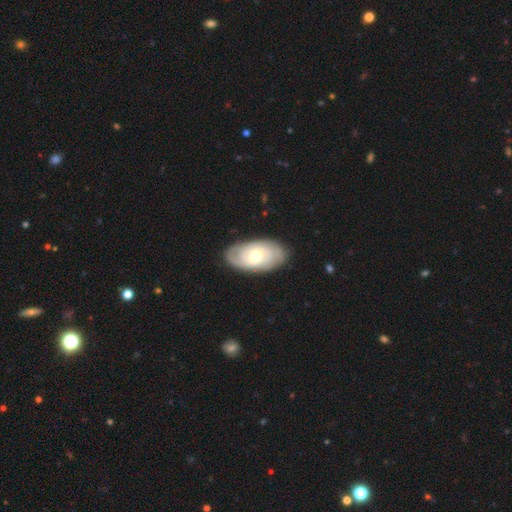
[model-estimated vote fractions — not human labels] Overall: featured or disk (65%; smooth 30%). Edge-on disk: no (93%). Bar: no (61%; weak 32%). Spiral arms: yes (80%). Bulge size: moderate (63%; small 30%). Merging: none (83%).